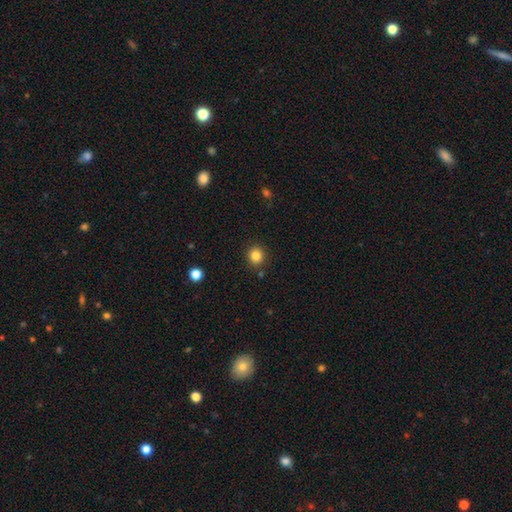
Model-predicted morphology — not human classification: smooth_or_featured: smooth (p=0.84) [alt: star or artifact p=0.12]
how_rounded: round (p=0.88) [alt: in between p=0.11]
merging: none (p=0.88) [alt: minor disturbance p=0.07]